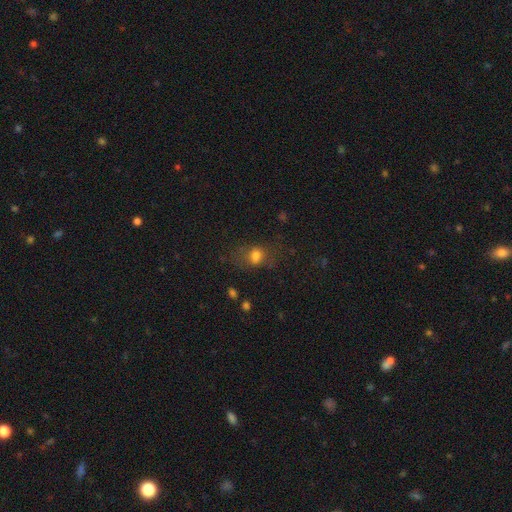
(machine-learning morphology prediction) type=smooth (71%); roundness=in between (62%); merging=none (57%).